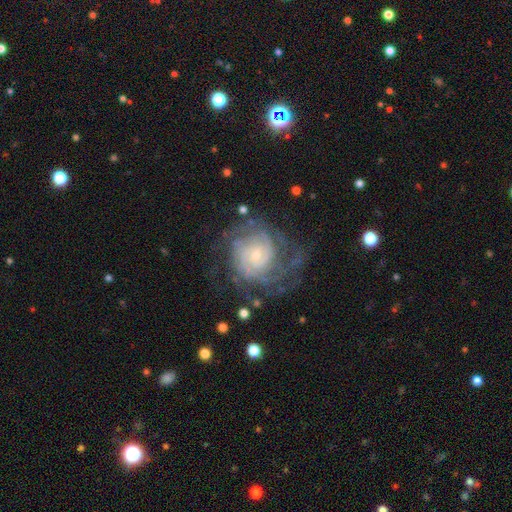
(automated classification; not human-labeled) Overall: featured or disk (87%). Edge-on disk: no (98%). Bar: no (64%; weak 30%). Spiral arms: yes (96%). Spiral arm count: can't tell (33%; 2 22%). Spiral winding: tight (72%). Bulge size: small (74%). Merging: none (64%).